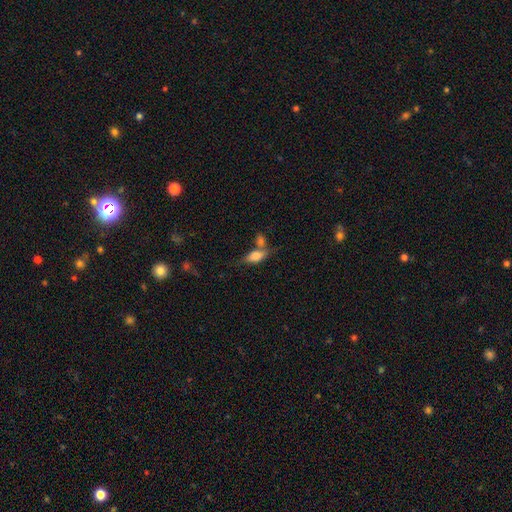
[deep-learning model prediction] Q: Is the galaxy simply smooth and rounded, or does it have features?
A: smooth — 74%.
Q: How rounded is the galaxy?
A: in between — 83%.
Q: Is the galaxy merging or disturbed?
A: none — 40%.